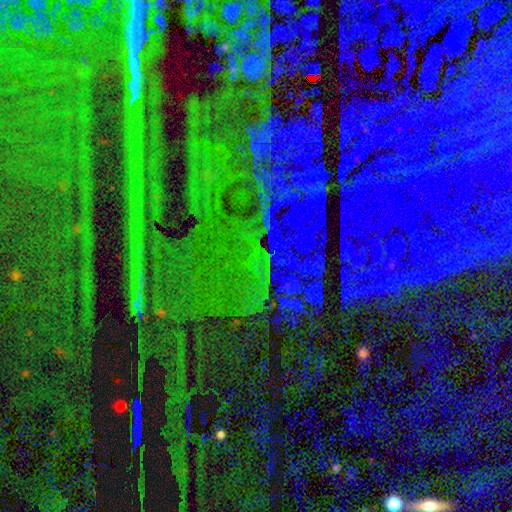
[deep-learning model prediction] Smooth or featured? Predicted: star or artifact (p=0.86).